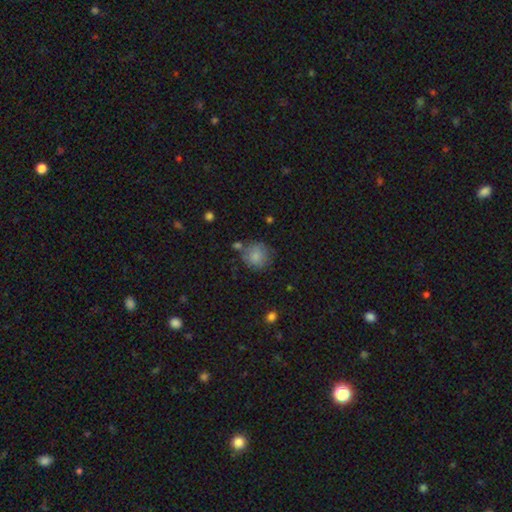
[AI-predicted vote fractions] smooth_or_featured: smooth (p=0.81) [alt: featured or disk p=0.11]
how_rounded: round (p=0.88) [alt: in between p=0.11]
merging: none (p=0.66) [alt: minor disturbance p=0.18]